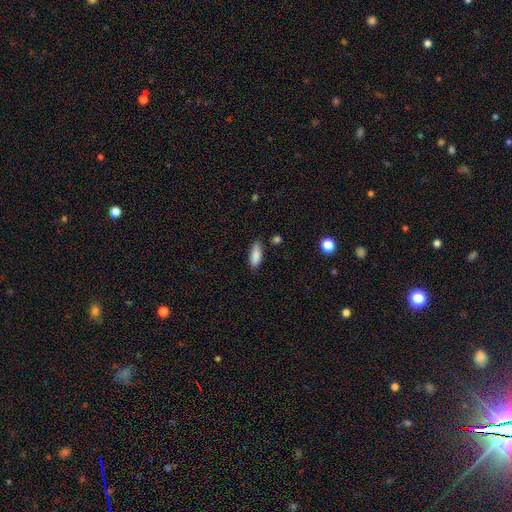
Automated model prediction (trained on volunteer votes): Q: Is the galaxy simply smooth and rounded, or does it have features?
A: smooth — 87%.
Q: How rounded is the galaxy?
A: in between — 73%.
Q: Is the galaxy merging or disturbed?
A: none — 73%.